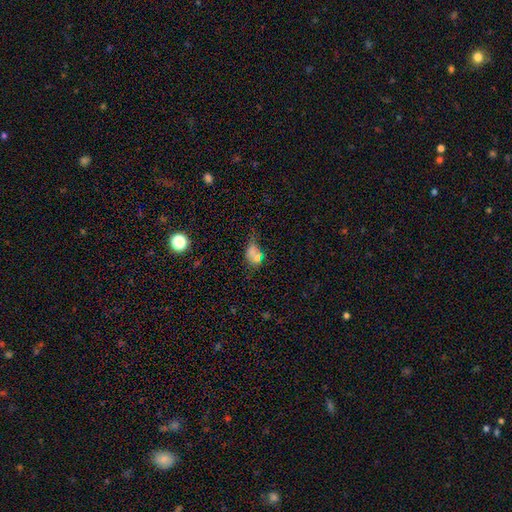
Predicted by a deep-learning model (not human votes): A smooth galaxy with no disk features (60%) that is in between round and cigar-shaped (66%).

Vote fractions:
- Smooth or featured? smooth: 60% / star or artifact: 24% / featured or disk: 16%
- How rounded? in between: 66% / round: 29% / cigar-shaped: 5%
- Merging? none: 35% / merger: 30% / minor disturbance: 20% / major disturbance: 14%